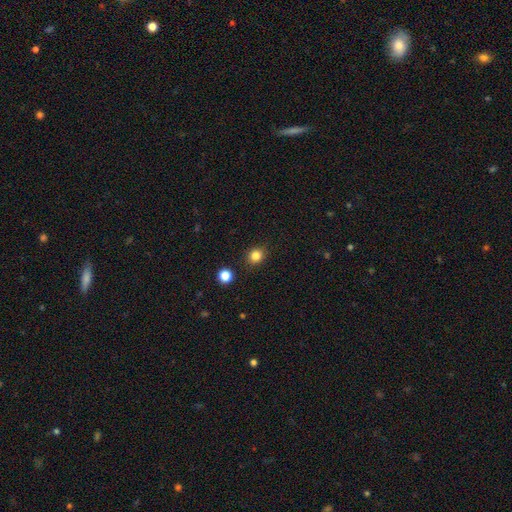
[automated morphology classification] Overall: smooth (83%). How rounded: round (78%). Merging: none (88%).